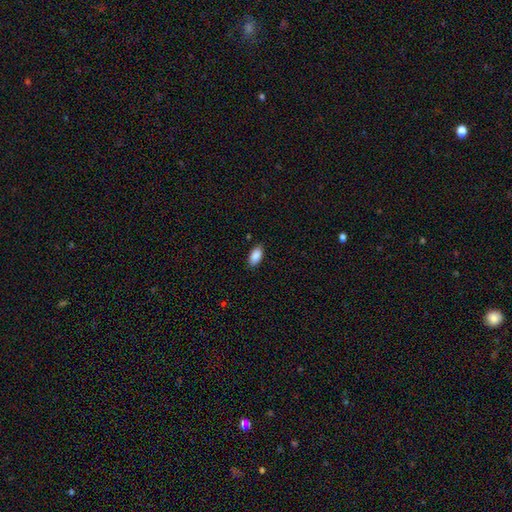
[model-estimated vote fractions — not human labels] smooth-or-featured: smooth: 89% | star or artifact: 7% | featured or disk: 4%
  how-rounded: in between: 93% | cigar-shaped: 4% | round: 3%
  merging: none: 86% | minor disturbance: 11% | major disturbance: 2% | merger: 1%